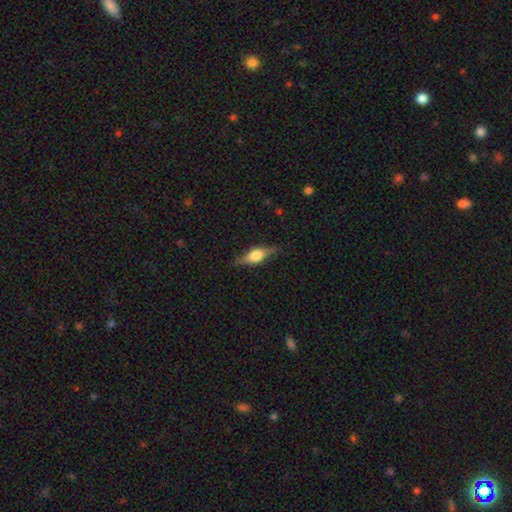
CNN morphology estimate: smooth-or-featured: featured or disk: 51% | smooth: 41% | star or artifact: 7%
  disk-edge-on: yes: 91% | no: 9%
  merging: none: 80% | minor disturbance: 15% | major disturbance: 4% | merger: 1%